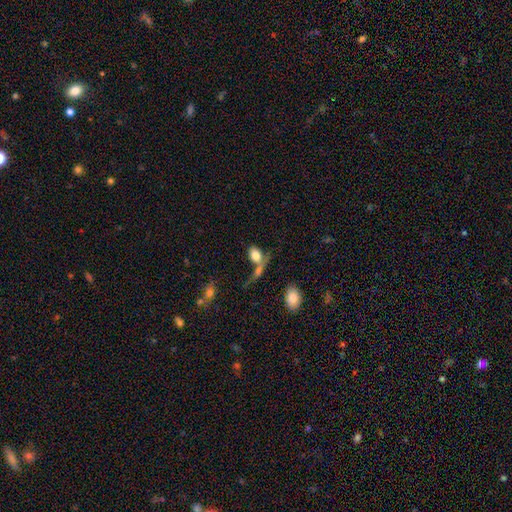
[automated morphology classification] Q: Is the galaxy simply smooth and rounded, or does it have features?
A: smooth — 79%.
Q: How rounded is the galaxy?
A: in between — 80%.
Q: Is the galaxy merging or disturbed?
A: merger — 41%.